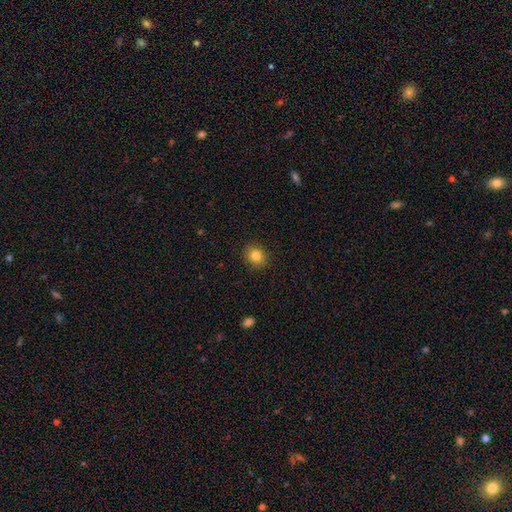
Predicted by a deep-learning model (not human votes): This is clearly a smooth galaxy (84%). How rounded: likely round (71%). Merging: clearly none (90%).